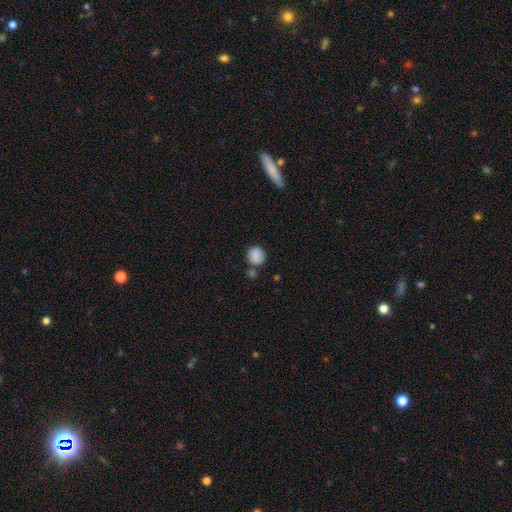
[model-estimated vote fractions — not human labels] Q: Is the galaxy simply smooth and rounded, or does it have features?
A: smooth — 86%.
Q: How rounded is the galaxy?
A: round — 82%.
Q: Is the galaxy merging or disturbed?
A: none — 64%.